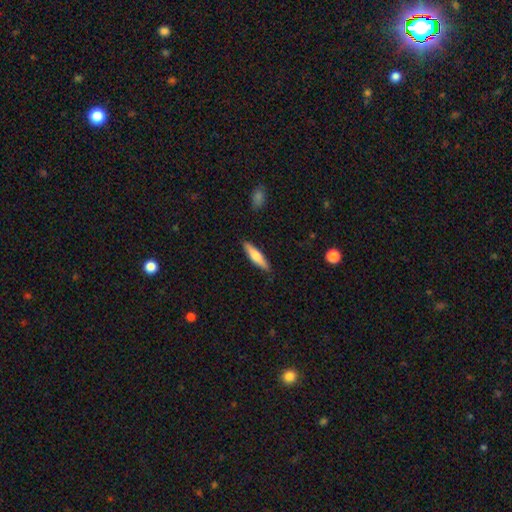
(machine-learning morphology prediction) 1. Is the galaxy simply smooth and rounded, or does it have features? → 65% smooth, 29% featured or disk, 6% star or artifact.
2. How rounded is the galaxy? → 79% cigar-shaped, 20% in between, 2% round.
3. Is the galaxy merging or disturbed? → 88% none, 8% minor disturbance, 2% major disturbance, 1% merger.